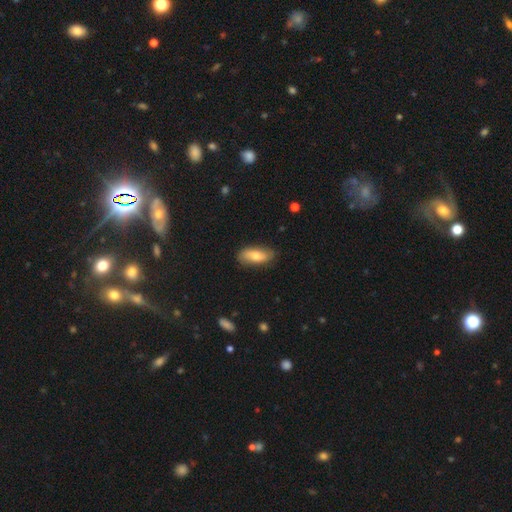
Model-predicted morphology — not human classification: smooth-or-featured: smooth: 69% | featured or disk: 24% | star or artifact: 6%
  how-rounded: in between: 83% | cigar-shaped: 14% | round: 3%
  merging: none: 81% | minor disturbance: 15% | major disturbance: 3% | merger: 1%